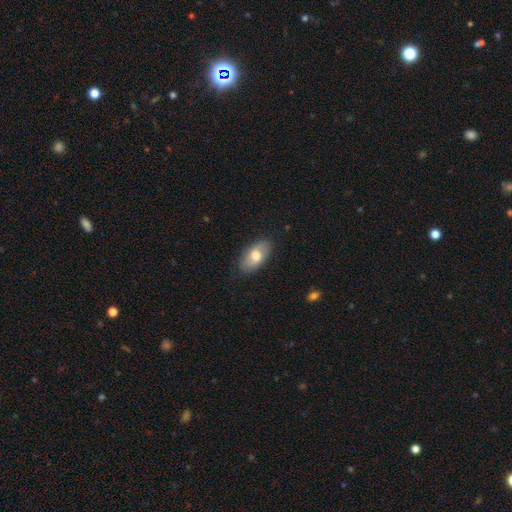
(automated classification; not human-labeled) Overall: smooth (67%; featured or disk 27%). How rounded: in between (92%). Merging: none (83%).